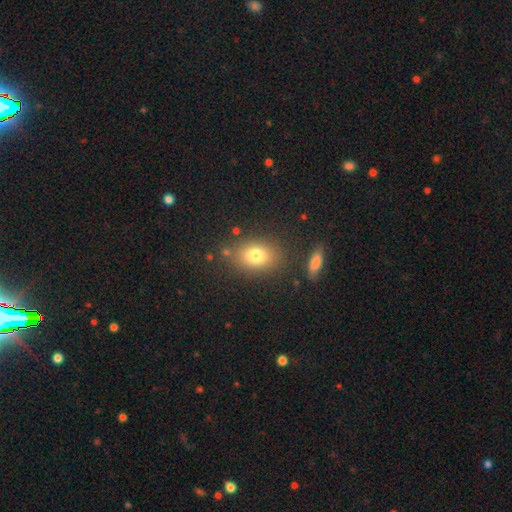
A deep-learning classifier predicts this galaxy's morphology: The model was most divided on "how rounded": in between: 71%, round: 27%, cigar-shaped: 2%. More confident: merging — none (79%); smooth or featured — smooth (78%).